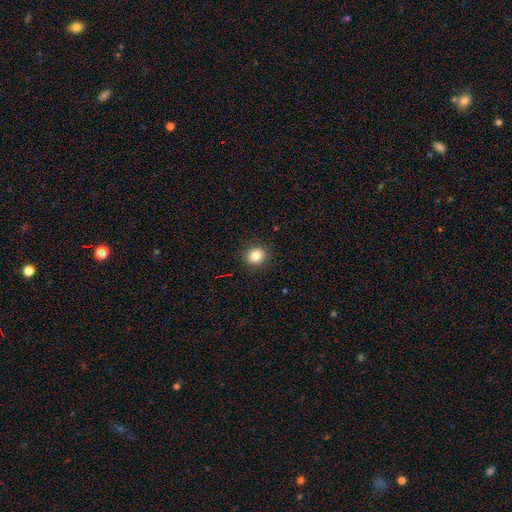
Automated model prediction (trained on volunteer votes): This is clearly a smooth galaxy (82%). How rounded: likely round (79%). Merging: clearly none (90%).